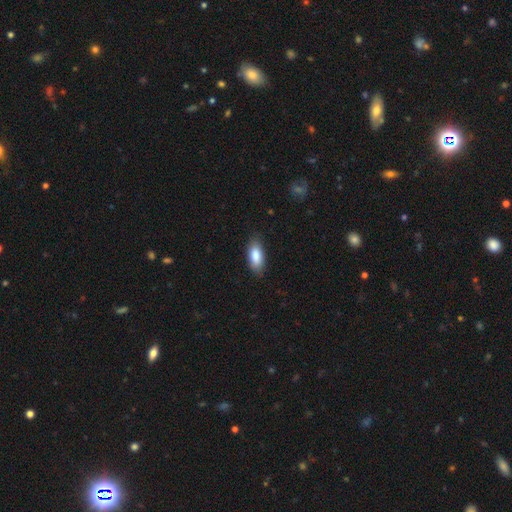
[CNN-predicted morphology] Overall: smooth (86%). How rounded: in between (86%). Merging: none (83%).